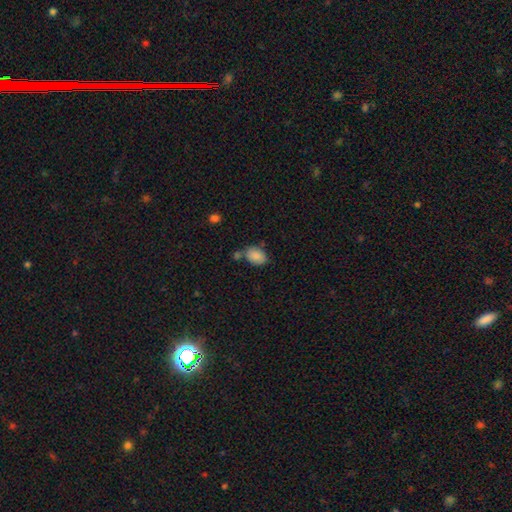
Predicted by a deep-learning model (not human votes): Smooth or featured? smooth (87%)
How rounded? in between (82%)
Merging? none (61%)